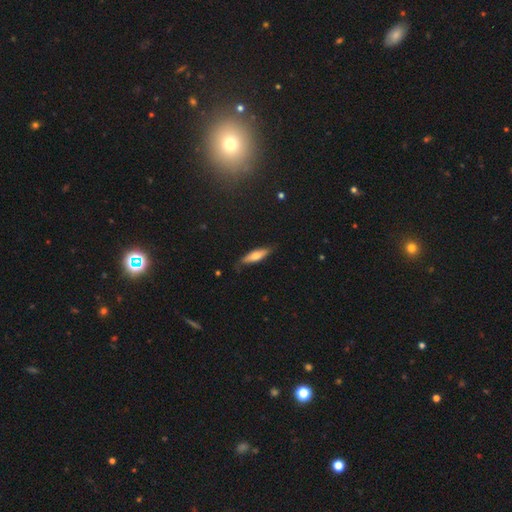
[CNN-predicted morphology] Overall: smooth (61%; featured or disk 33%). How rounded: cigar-shaped (62%; in between 36%). Merging: none (79%).